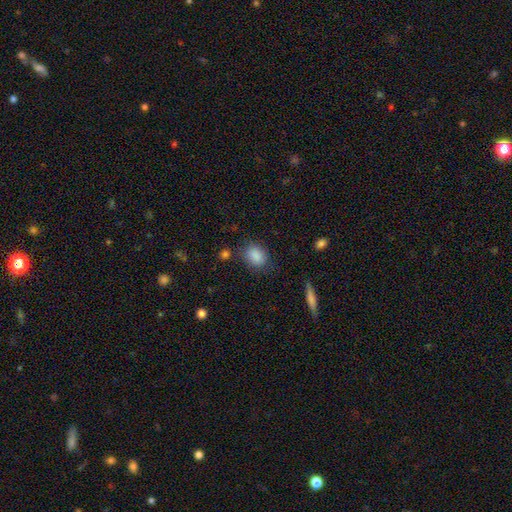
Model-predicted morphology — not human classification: A smooth galaxy with no disk features (87%) that is in between round and cigar-shaped (65%). Merging: none (77%).